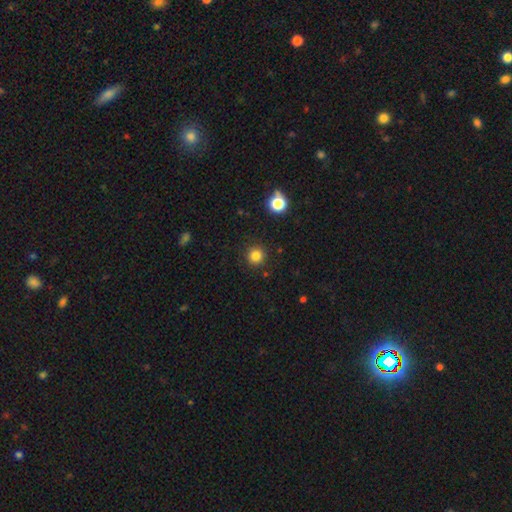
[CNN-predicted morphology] Smooth or featured?
  - smooth: 83% *
  - star or artifact: 13%
  - featured or disk: 5%
How rounded?
  - round: 94% *
  - in between: 5%
  - cigar-shaped: 1%
Merging?
  - none: 91% *
  - minor disturbance: 6%
  - major disturbance: 2%
  - merger: 2%